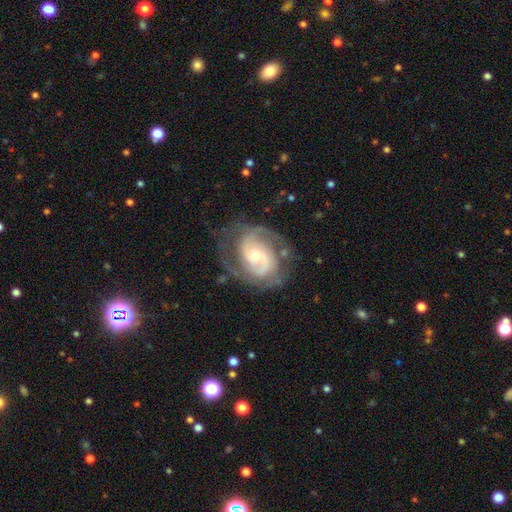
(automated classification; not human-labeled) Smooth or featured?
  - featured or disk: 88% *
  - smooth: 7%
  - star or artifact: 5%
Edge-on disk?
  - no: 97% *
  - yes: 3%
Bar?
  - no: 57% *
  - weak: 34%
  - strong: 9%
Spiral arms?
  - yes: 96% *
  - no: 4%
Spiral winding?
  - medium: 45% *
  - tight: 43%
  - loose: 13%
Spiral arm count?
  - 2: 72% *
  - can't tell: 11%
  - 3: 9%
  - 1: 4%
  - 4: 2%
  - more than 4: 2%
Bulge size?
  - small: 53% *
  - moderate: 43%
  - large: 3%
  - none: 1%
  - dominant: 1%
Merging?
  - none: 66% *
  - minor disturbance: 20%
  - major disturbance: 12%
  - merger: 2%